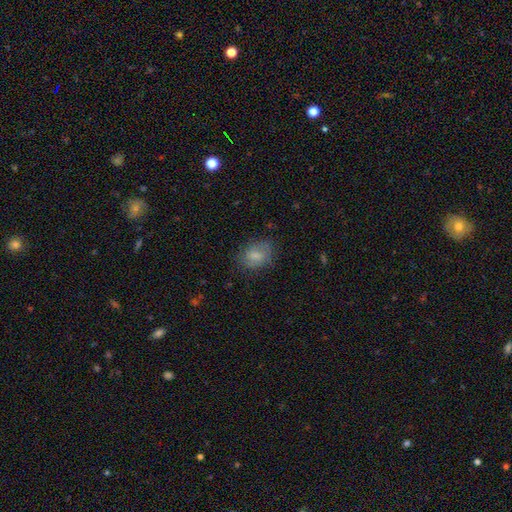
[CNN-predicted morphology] A smooth galaxy with no disk features (68%) that is in between round and cigar-shaped (68%).

Vote fractions:
- Smooth or featured? smooth: 68% / featured or disk: 24% / star or artifact: 8%
- How rounded? in between: 68% / round: 31% / cigar-shaped: 2%
- Merging? none: 69% / minor disturbance: 21% / major disturbance: 8% / merger: 1%